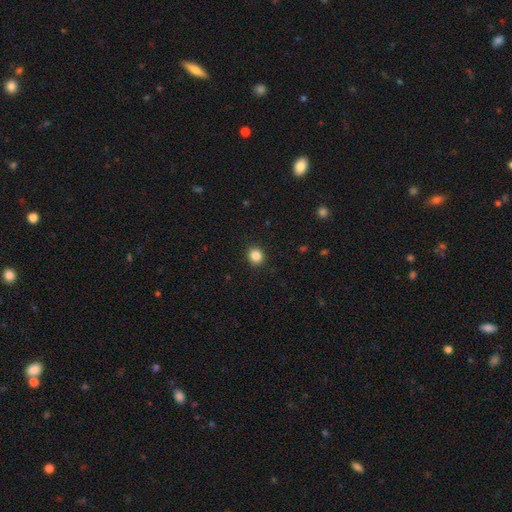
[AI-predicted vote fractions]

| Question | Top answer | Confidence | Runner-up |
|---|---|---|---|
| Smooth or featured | smooth | 85% | star or artifact (11%) |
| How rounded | round | 76% | in between (23%) |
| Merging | none | 91% | minor disturbance (6%) |